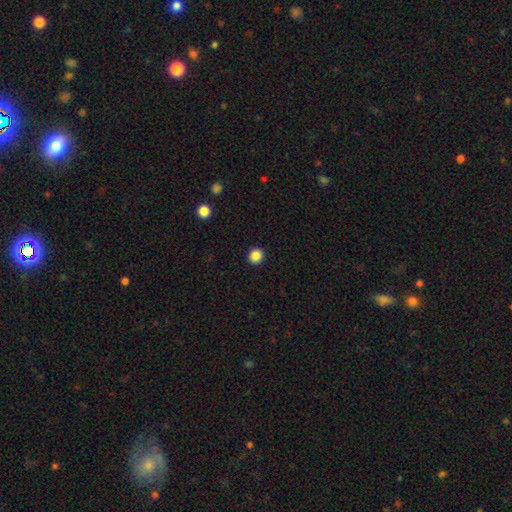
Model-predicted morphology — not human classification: Smooth or featured? Predicted: smooth (p=0.87). How rounded? Predicted: round (p=0.89). Merging? Predicted: none (p=0.93).